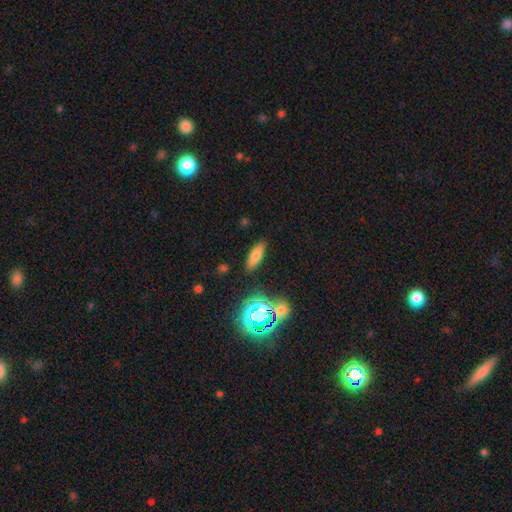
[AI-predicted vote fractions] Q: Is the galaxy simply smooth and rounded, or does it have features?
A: smooth — 69%.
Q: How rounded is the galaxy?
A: in between — 52%.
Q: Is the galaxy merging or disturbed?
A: none — 86%.